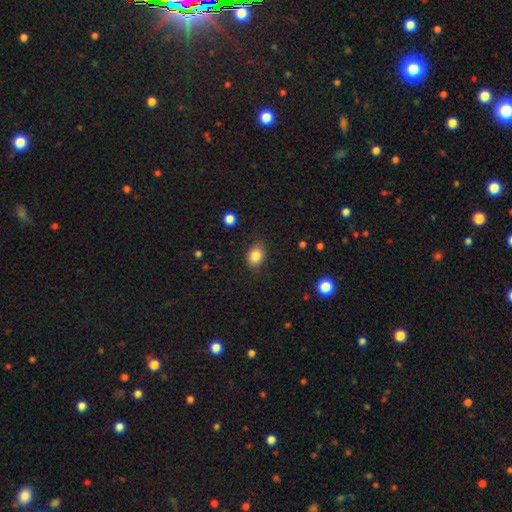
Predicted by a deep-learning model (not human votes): Smooth or featured: smooth — 85% (star or artifact — 9%)
How rounded: in between — 62% (round — 37%)
Merging: none — 83% (minor disturbance — 13%)